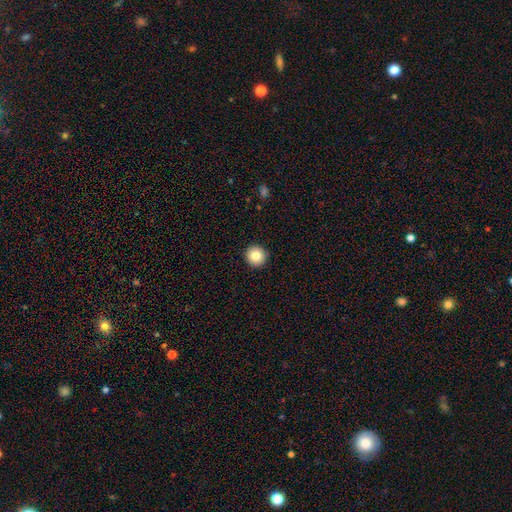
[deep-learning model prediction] Smooth or featured? smooth (84%)
How rounded? round (96%)
Merging? none (93%)